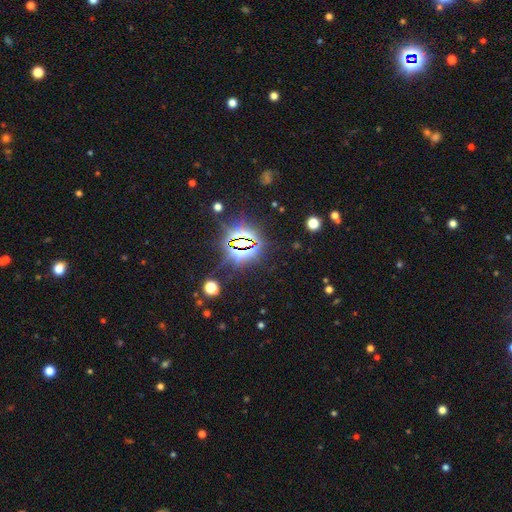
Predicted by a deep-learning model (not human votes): This is clearly a star or artifact rather than a galaxy (83%).